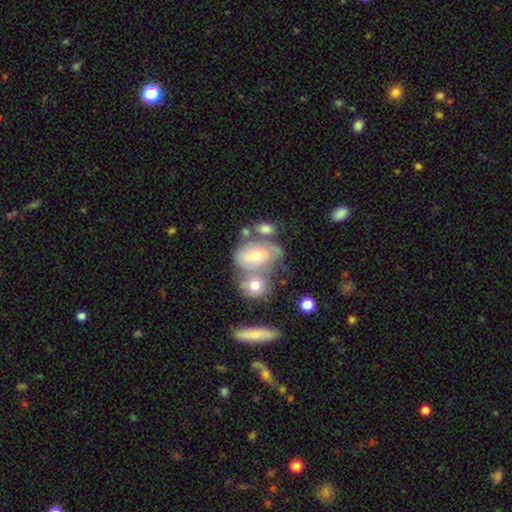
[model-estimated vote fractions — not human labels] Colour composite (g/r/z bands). It shows a featured or disk galaxy (52%). Merging: merger (44%).